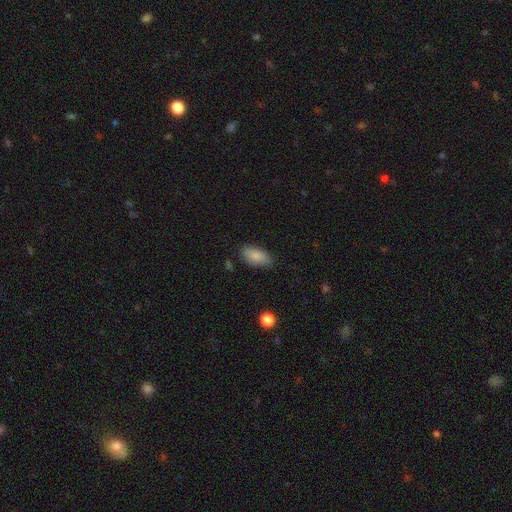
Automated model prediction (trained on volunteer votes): Smooth or featured?
  - smooth: 85% *
  - featured or disk: 8%
  - star or artifact: 7%
How rounded?
  - in between: 91% *
  - cigar-shaped: 6%
  - round: 3%
Merging?
  - none: 79% *
  - minor disturbance: 16%
  - major disturbance: 3%
  - merger: 2%